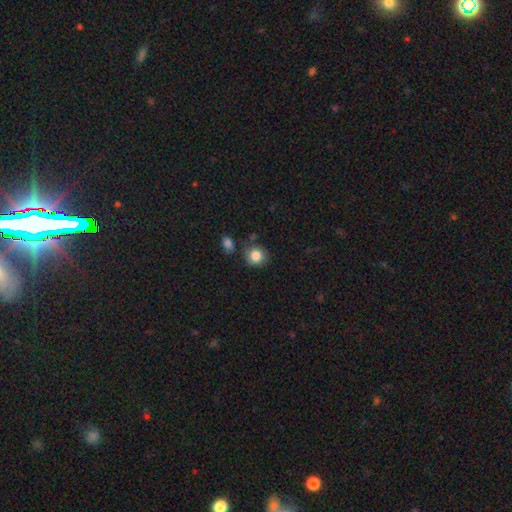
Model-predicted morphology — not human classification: Q: Smooth or featured?
A: smooth (85%); runner-up: star or artifact (9%)
Q: How rounded?
A: round (84%); runner-up: in between (15%)
Q: Merging?
A: none (77%); runner-up: minor disturbance (14%)